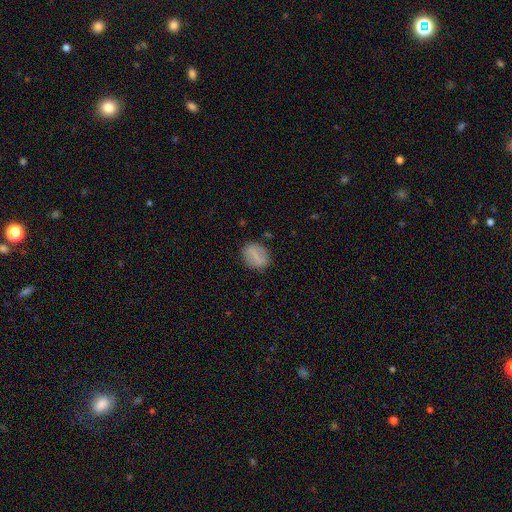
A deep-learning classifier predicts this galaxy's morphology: smooth-or-featured: smooth: 63% | featured or disk: 29% | star or artifact: 8%
  how-rounded: in between: 57% | round: 40% | cigar-shaped: 3%
  merging: none: 82% | minor disturbance: 12% | major disturbance: 4% | merger: 2%